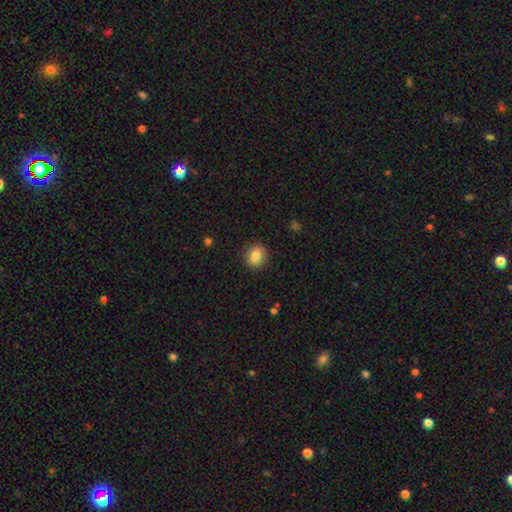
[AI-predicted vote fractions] smooth 81%, featured or disk 10%, star or artifact 9%. Down the decision tree: how rounded — round (66%); merging — none (89%).